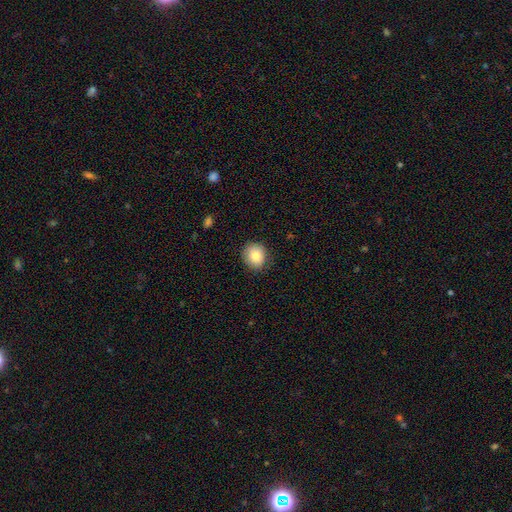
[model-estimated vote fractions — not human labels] Smooth or featured? smooth (85%)
How rounded? round (81%)
Merging? none (86%)